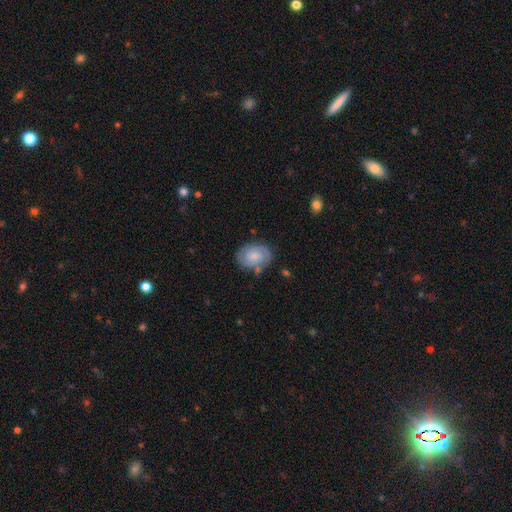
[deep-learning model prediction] Smooth or featured? Predicted: featured or disk (p=0.51). Edge-on disk? Predicted: no (p=0.97). Merging? Predicted: none (p=0.74).